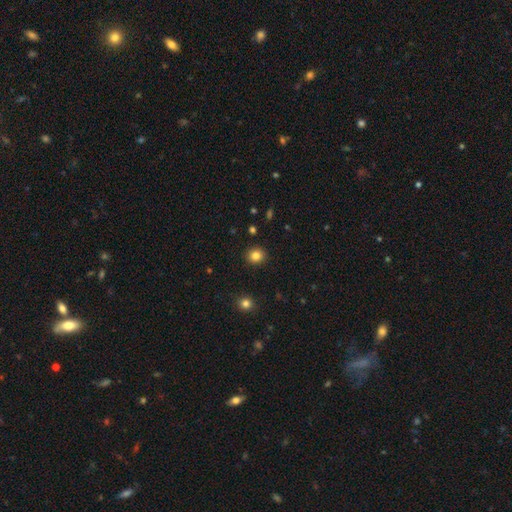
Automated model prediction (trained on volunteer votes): smooth_or_featured: smooth (p=0.83) [alt: star or artifact p=0.12]
how_rounded: round (p=0.81) [alt: in between p=0.18]
merging: none (p=0.91) [alt: minor disturbance p=0.06]